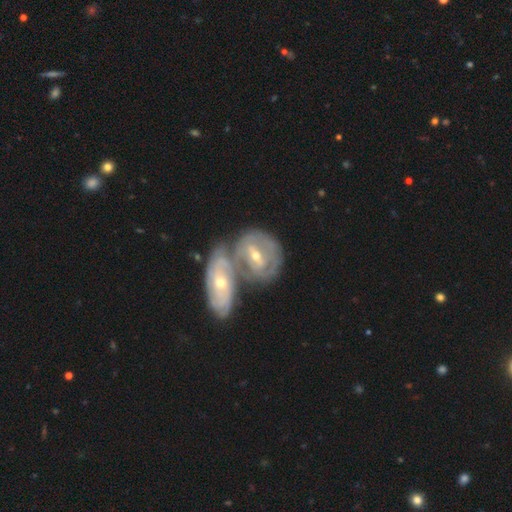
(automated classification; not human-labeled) Morphology: type=featured or disk (77%); edge-on=no (93%); bar=weak (45%); spiral arms=yes (78%); winding=tight (70%); arm count=can't tell (56%); bulge=small (48%, tied with moderate); merging=merger (65%).